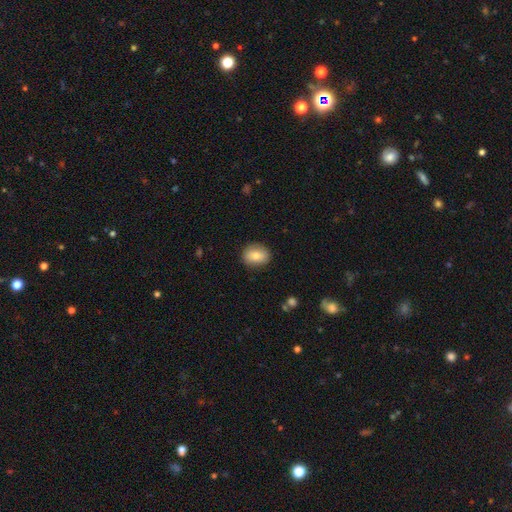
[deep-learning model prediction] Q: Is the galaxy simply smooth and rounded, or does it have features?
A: smooth — 76%.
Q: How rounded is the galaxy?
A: in between — 53%.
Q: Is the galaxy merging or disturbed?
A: none — 85%.